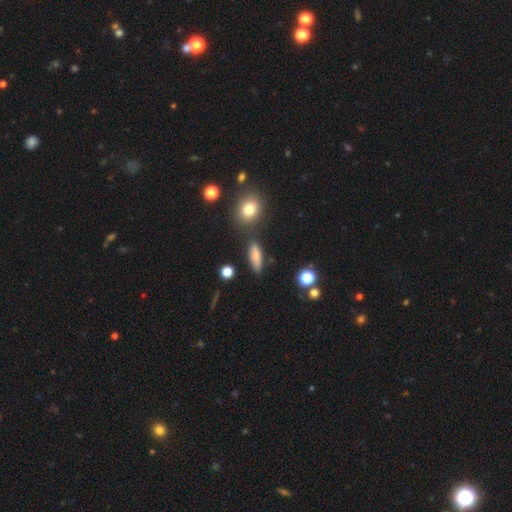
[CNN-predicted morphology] Q: Smooth or featured?
A: smooth (79%); runner-up: featured or disk (11%)
Q: How rounded?
A: cigar-shaped (47%); tied with: in between (47%)
Q: Merging?
A: none (79%); runner-up: minor disturbance (13%)